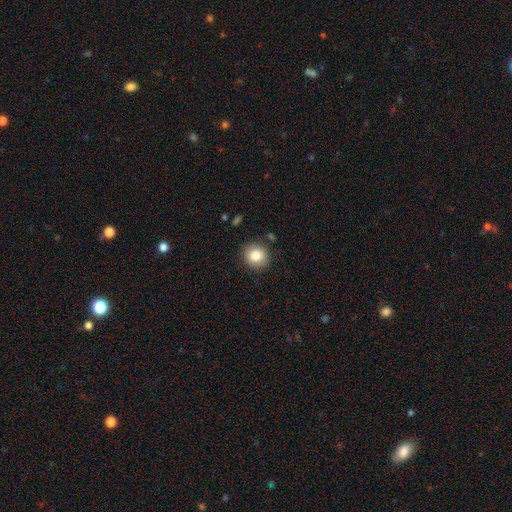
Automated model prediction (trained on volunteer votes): smooth-or-featured: smooth: 83% | star or artifact: 9% | featured or disk: 8%
  how-rounded: round: 88% | in between: 11% | cigar-shaped: 1%
  merging: none: 88% | minor disturbance: 8% | major disturbance: 2% | merger: 2%